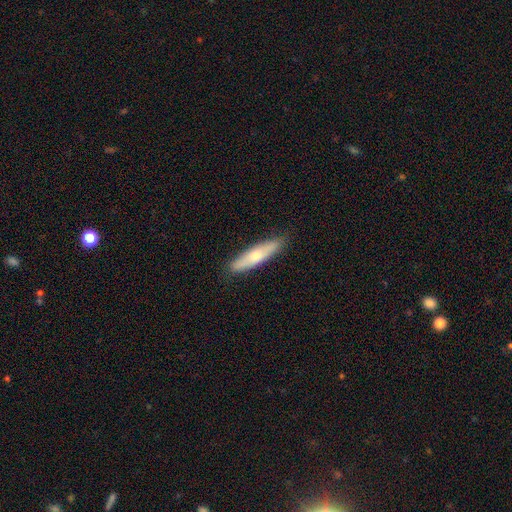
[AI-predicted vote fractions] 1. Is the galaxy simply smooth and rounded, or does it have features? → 57% smooth, 37% featured or disk, 6% star or artifact.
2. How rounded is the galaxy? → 76% cigar-shaped, 22% in between, 2% round.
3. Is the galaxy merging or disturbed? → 87% none, 10% minor disturbance, 2% major disturbance, 1% merger.